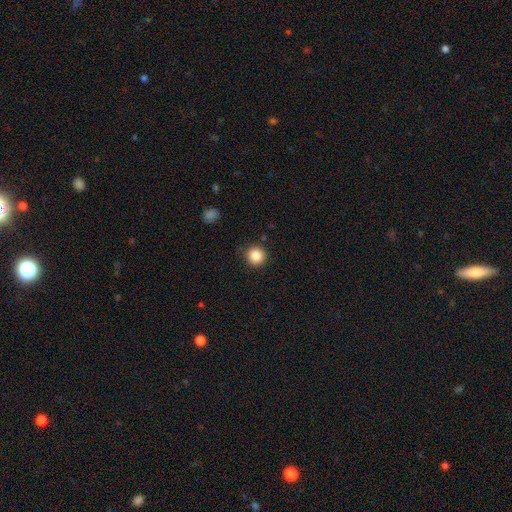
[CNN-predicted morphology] type=smooth (85%); roundness=round (95%); merging=none (89%).